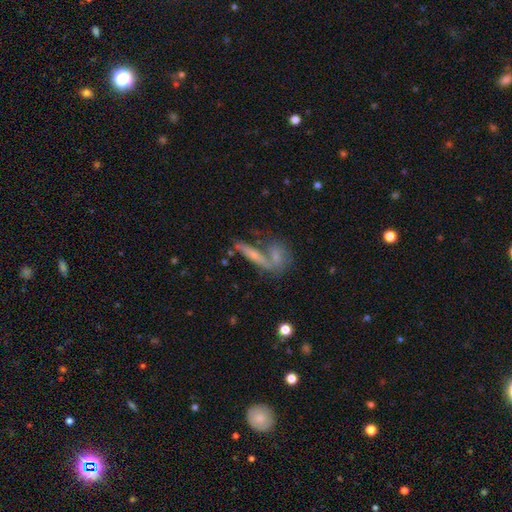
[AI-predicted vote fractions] Overall: featured or disk (48%; smooth 40%). Merging: merger (43%; none 39%).